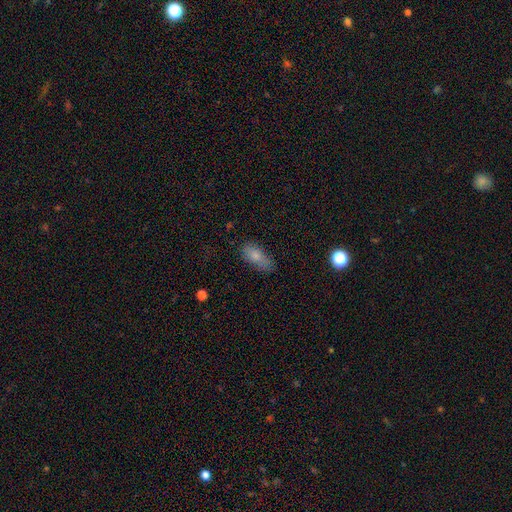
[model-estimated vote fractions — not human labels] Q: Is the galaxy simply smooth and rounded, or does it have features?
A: smooth — 79%.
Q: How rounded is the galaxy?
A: in between — 82%.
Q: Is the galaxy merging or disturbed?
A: none — 67%.